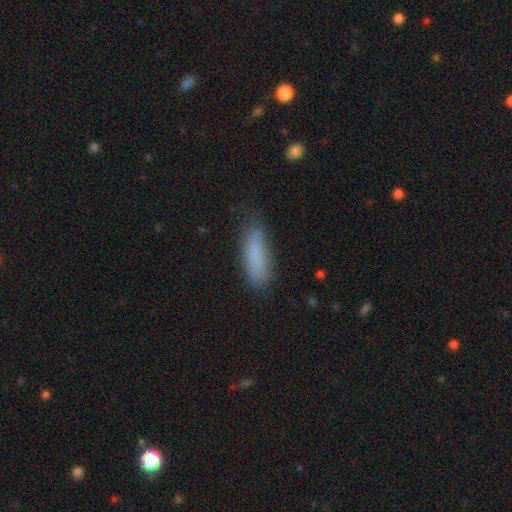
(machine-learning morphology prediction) This appears to be a smooth galaxy with no disk features (83%) that is cigar-shaped (52%). Merging: none (70%).